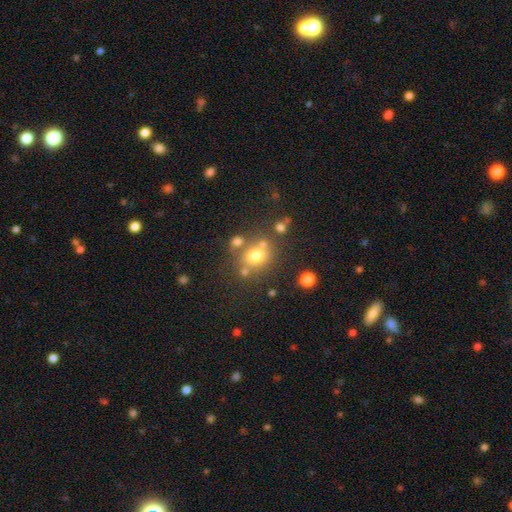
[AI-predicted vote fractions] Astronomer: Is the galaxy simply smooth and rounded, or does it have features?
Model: smooth — 71%.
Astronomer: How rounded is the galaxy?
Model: round — 65%.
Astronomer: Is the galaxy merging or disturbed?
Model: none — 66%.